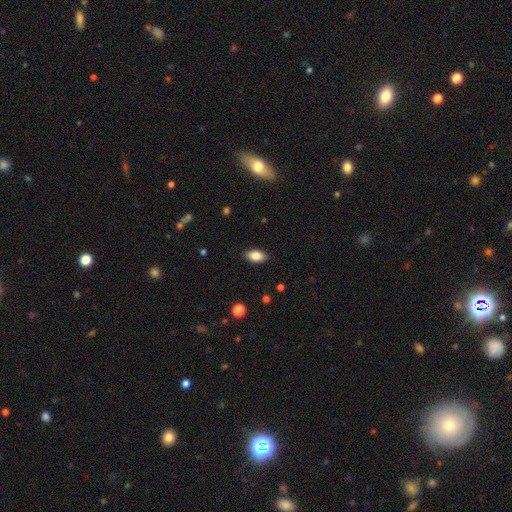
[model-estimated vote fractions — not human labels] Q: Smooth or featured?
A: smooth (84%); runner-up: featured or disk (9%)
Q: How rounded?
A: in between (91%); runner-up: round (5%)
Q: Merging?
A: none (87%); runner-up: minor disturbance (10%)